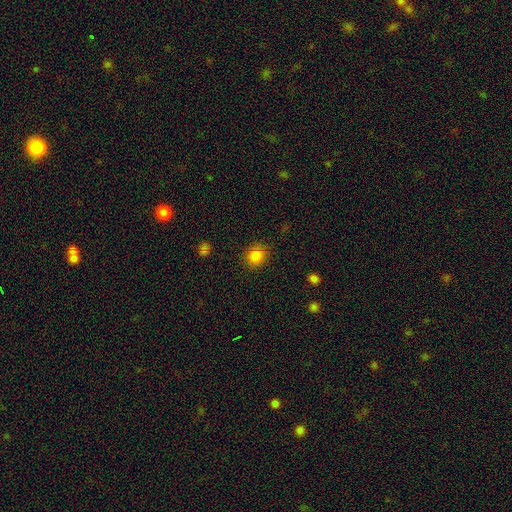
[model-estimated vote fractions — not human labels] Smooth or featured? Predicted: smooth (p=0.84). How rounded? Predicted: round (p=0.80). Merging? Predicted: none (p=0.86).